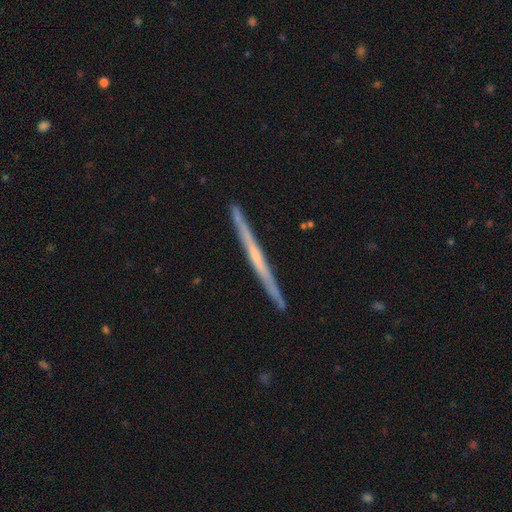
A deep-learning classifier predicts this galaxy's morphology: A featured or disk galaxy (74%) viewed edge-on (98%) with no central bulge (53%).

Vote fractions:
- Smooth or featured? featured or disk: 74% / smooth: 20% / star or artifact: 6%
- Edge-on disk? yes: 98% / no: 2%
- Edge-on bulge? none: 53% / rounded: 40% / boxy: 7%
- Merging? none: 91% / minor disturbance: 6% / merger: 1% / major disturbance: 1%